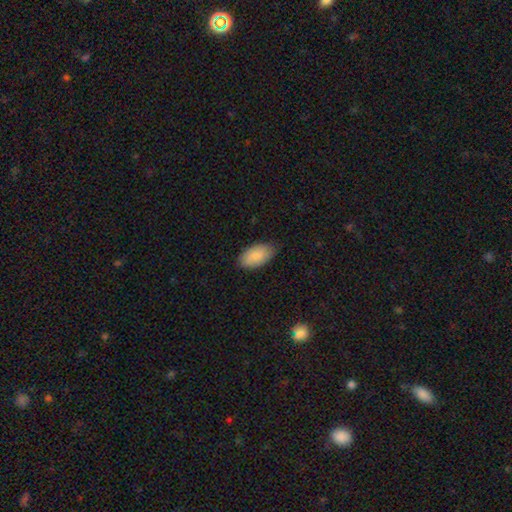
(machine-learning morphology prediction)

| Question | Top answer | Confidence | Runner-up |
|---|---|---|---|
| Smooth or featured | smooth | 83% | featured or disk (11%) |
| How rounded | in between | 95% | round (3%) |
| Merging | none | 81% | minor disturbance (15%) |